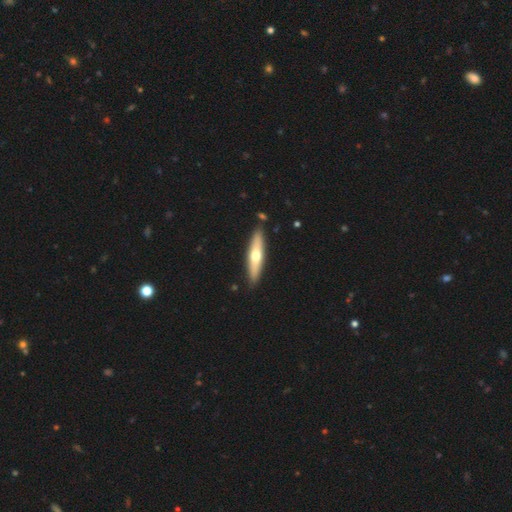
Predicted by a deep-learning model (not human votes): smooth-or-featured: smooth: 48% | featured or disk: 47% | star or artifact: 5%
  merging: none: 88% | minor disturbance: 8% | merger: 2% | major disturbance: 2%